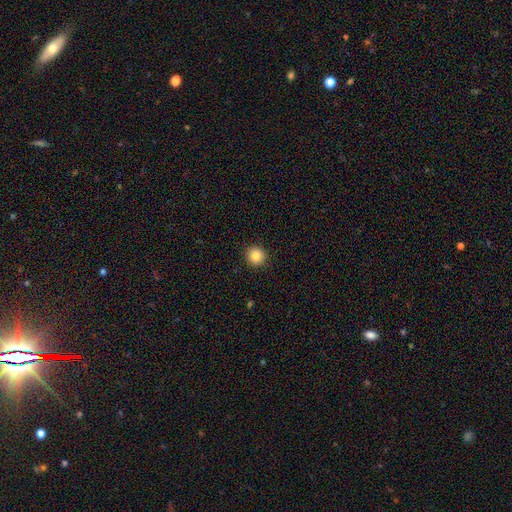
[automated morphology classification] Smooth or featured? smooth (85%)
How rounded? round (94%)
Merging? none (92%)